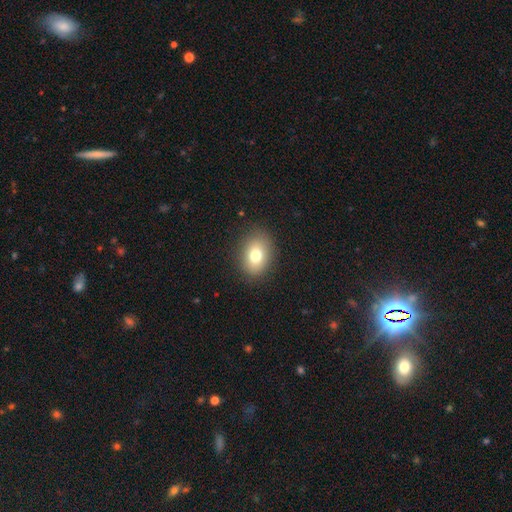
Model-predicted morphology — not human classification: type=smooth (76%); roundness=in between (70%); merging=none (86%).